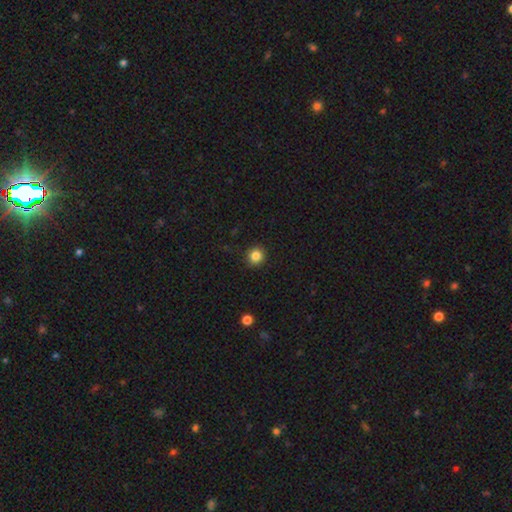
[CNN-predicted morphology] type=smooth (85%); roundness=round (90%); merging=none (92%).